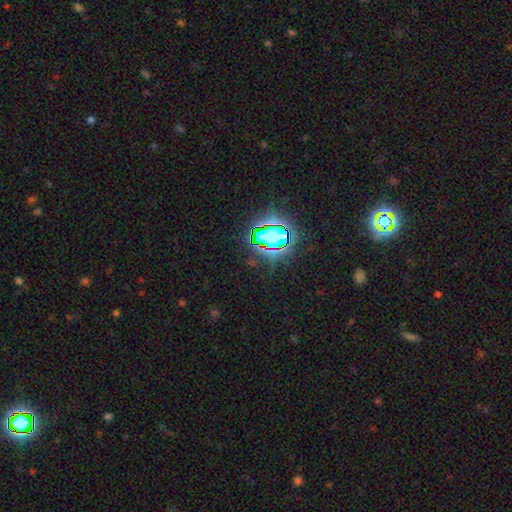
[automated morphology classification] star or artifact 82%, smooth 11%, featured or disk 6%.